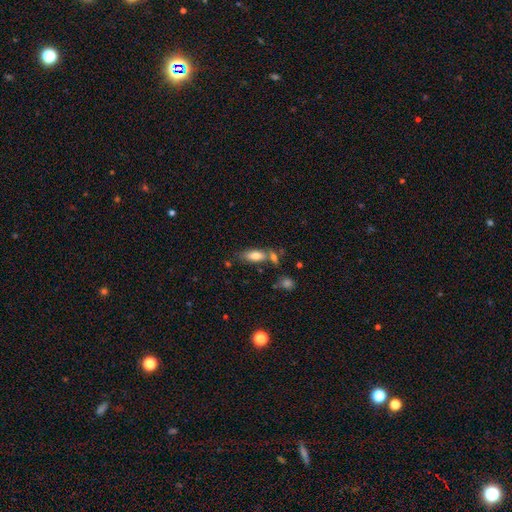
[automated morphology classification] smooth_or_featured: smooth (p=0.77) [alt: featured or disk p=0.15]
how_rounded: in between (p=0.78) [alt: cigar-shaped p=0.19]
merging: none (p=0.55) [alt: merger p=0.23]